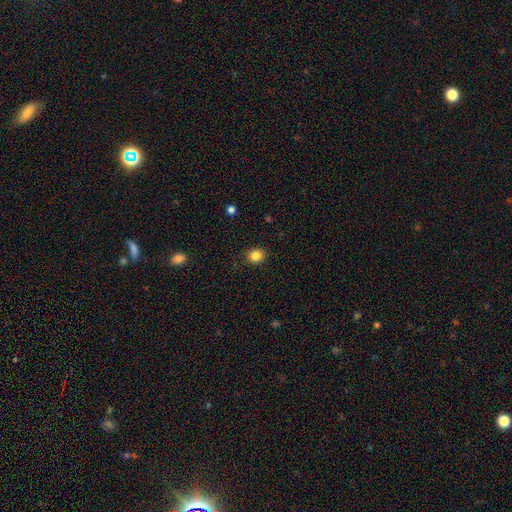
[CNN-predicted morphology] Smooth or featured? Predicted: smooth (p=0.85). How rounded? Predicted: round (p=0.72). Merging? Predicted: none (p=0.89).